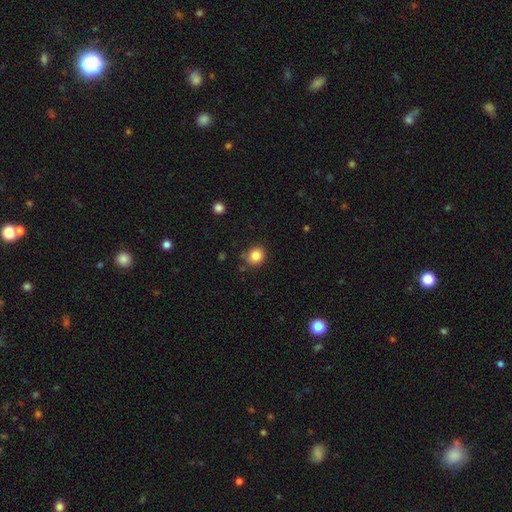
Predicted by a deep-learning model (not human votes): Smooth or featured? smooth (84%)
How rounded? round (81%)
Merging? none (81%)